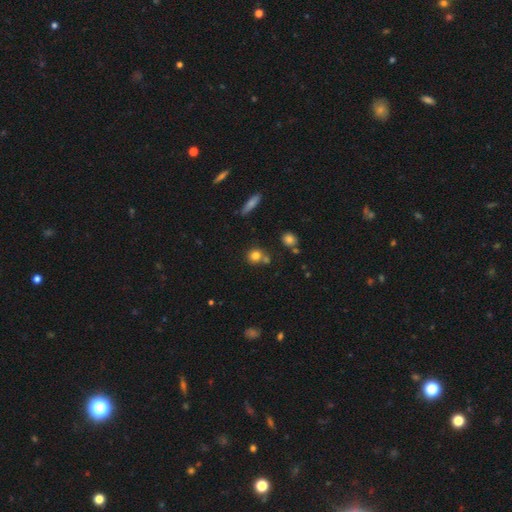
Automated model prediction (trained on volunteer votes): smooth 78%, star or artifact 13%, featured or disk 9%. Down the decision tree: how rounded — round (85%); merging — none (62%).